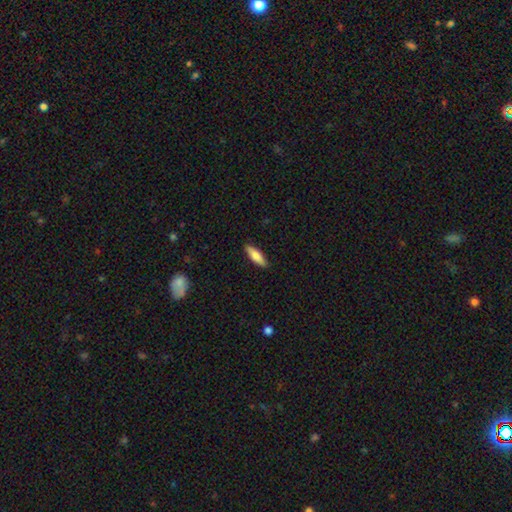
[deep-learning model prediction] smooth 72%, featured or disk 22%, star or artifact 6%. Down the decision tree: how rounded — cigar-shaped (50%); merging — none (89%).